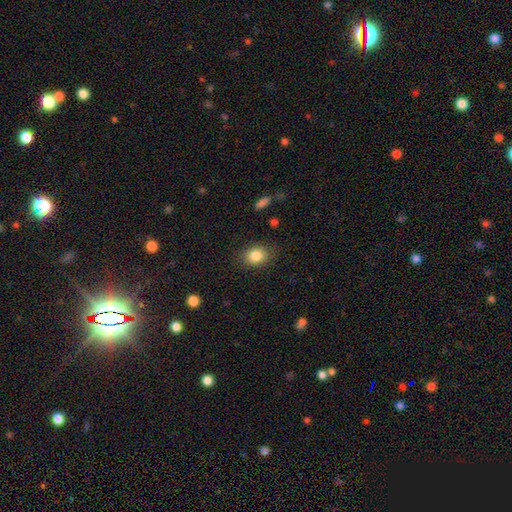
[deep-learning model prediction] A smooth galaxy with no disk features (85%) that is in between round and cigar-shaped (56%). Merging: none (84%).